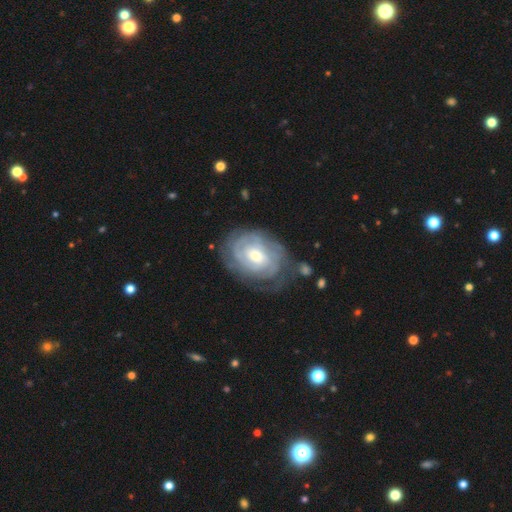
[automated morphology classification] Overall: featured or disk (80%). Edge-on disk: no (96%). Bar: no (62%; weak 31%). Spiral arms: yes (90%). Spiral arm count: can't tell (52%; 2 19%). Spiral winding: tight (77%). Bulge size: moderate (52%; small 41%). Merging: none (65%).